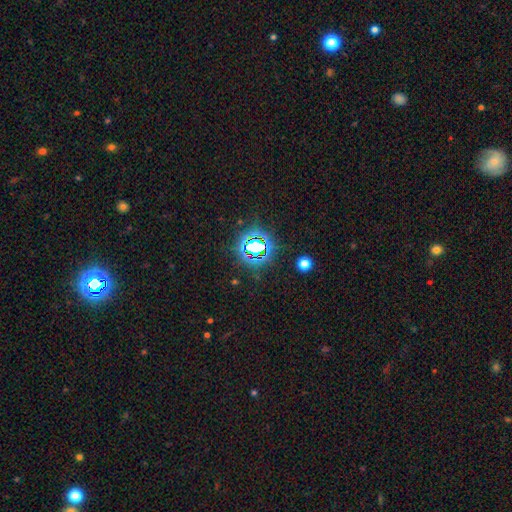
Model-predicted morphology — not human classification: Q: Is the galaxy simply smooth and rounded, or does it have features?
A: star or artifact — 80%.